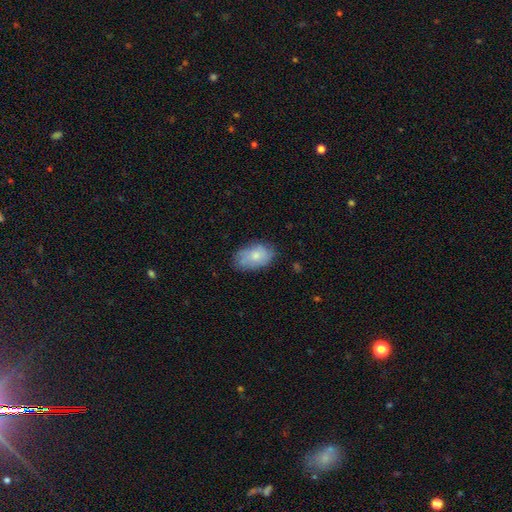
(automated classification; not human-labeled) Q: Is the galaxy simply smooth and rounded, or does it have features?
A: smooth — 72%.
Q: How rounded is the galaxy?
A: in between — 90%.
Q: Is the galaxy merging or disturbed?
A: none — 69%.